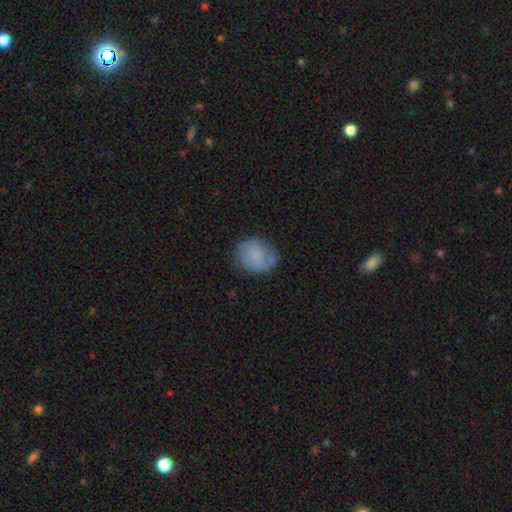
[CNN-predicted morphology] Q: Smooth or featured?
A: smooth (73%); runner-up: featured or disk (19%)
Q: How rounded?
A: round (68%); runner-up: in between (31%)
Q: Merging?
A: none (66%); runner-up: minor disturbance (23%)